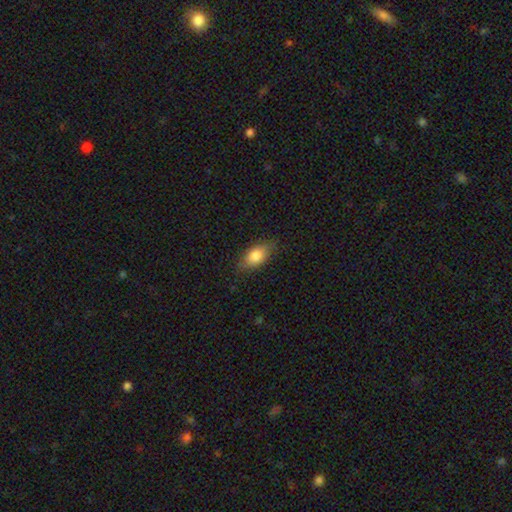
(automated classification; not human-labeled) Smooth or featured? Predicted: smooth (p=0.81). How rounded? Predicted: in between (p=0.87). Merging? Predicted: none (p=0.79).